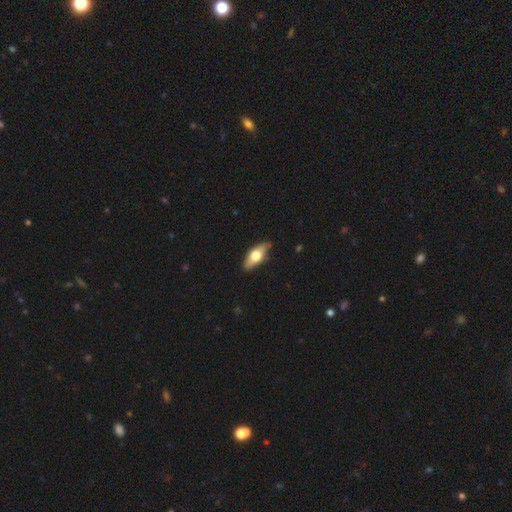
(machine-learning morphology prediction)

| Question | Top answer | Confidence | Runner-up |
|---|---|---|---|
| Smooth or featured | smooth | 54% | featured or disk (41%) |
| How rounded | in between | 76% | cigar-shaped (21%) |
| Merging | none | 83% | minor disturbance (13%) |